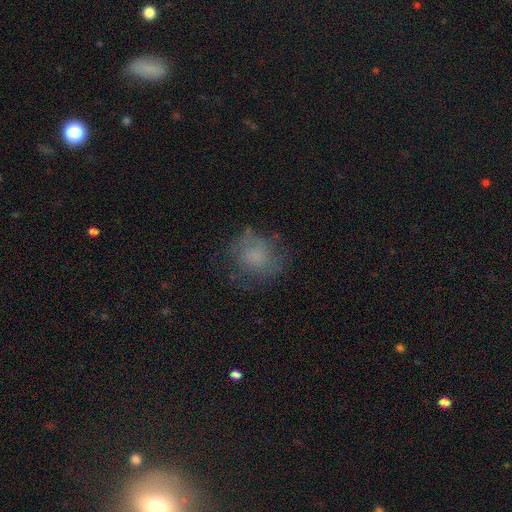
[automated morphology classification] Overall: smooth (58%; featured or disk 28%). How rounded: round (75%). Merging: none (63%).